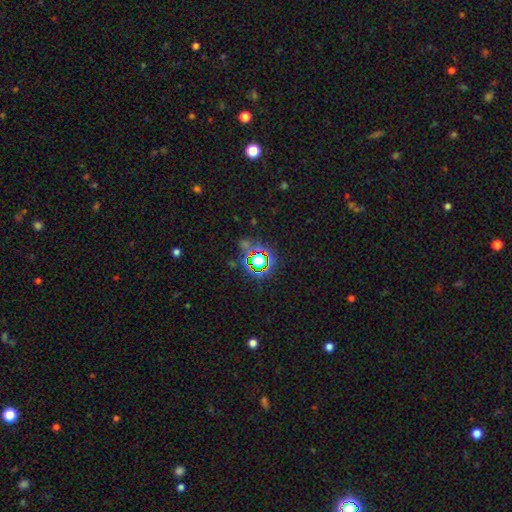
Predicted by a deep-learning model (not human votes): A star or artifact, not a galaxy (75%).

Vote fractions:
- Smooth or featured? star or artifact: 75% / smooth: 16% / featured or disk: 9%